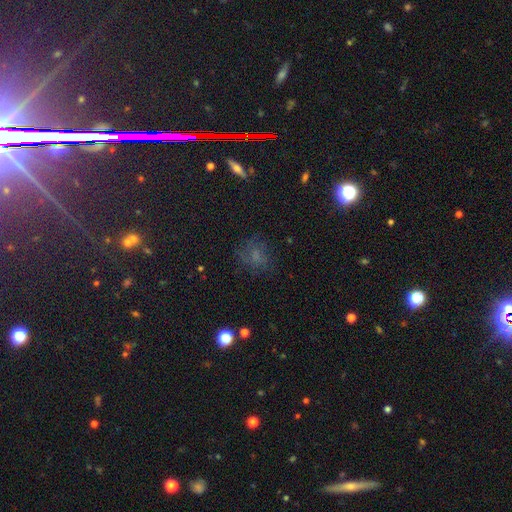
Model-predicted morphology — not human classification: A smooth galaxy with no disk features (50%).

Vote fractions:
- Smooth or featured? smooth: 50% / star or artifact: 29% / featured or disk: 21%
- Merging? none: 68% / minor disturbance: 18% / major disturbance: 12% / merger: 2%